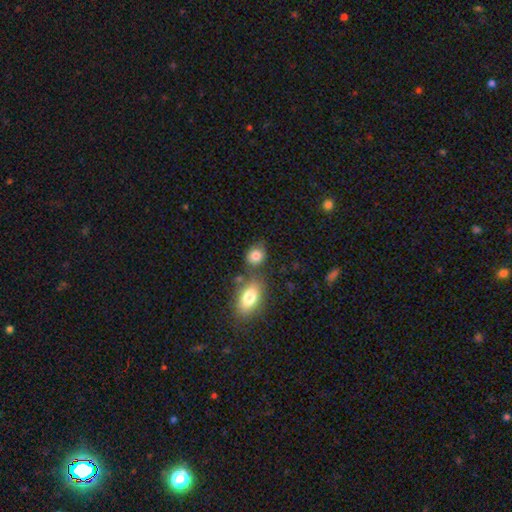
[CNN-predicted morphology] Smooth or featured? Predicted: smooth (p=0.83). How rounded? Predicted: in between (p=0.50). Merging? Predicted: none (p=0.60).